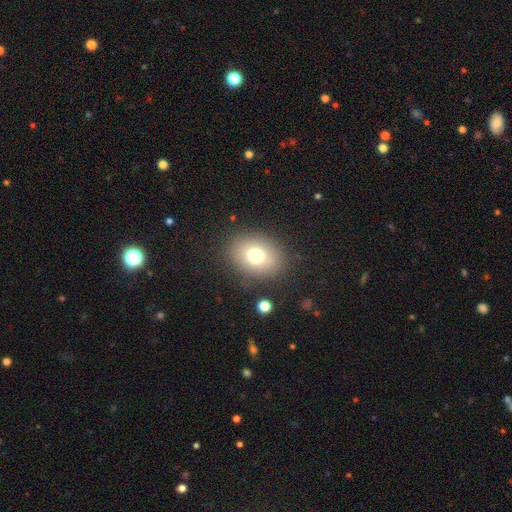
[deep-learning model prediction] The model was most divided on "how rounded": in between: 59%, round: 40%, cigar-shaped: 1%. More confident: merging — none (84%); smooth or featured — smooth (75%).